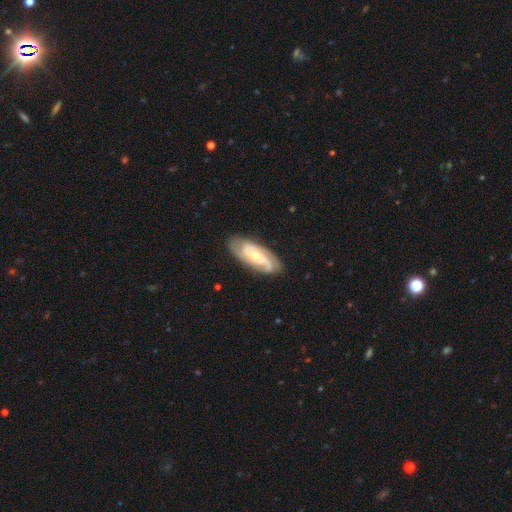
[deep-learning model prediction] This is clearly a featured or disk galaxy (84%). It is clearly not viewed edge-on (93%). Bar: possibly no (53%). Spiral arm pattern: clearly yes (97%). Spiral arm count: marginally 2 (45%). Spiral winding: possibly tight (53%). Central bulge: possibly small (54%). Merging: clearly none (82%).